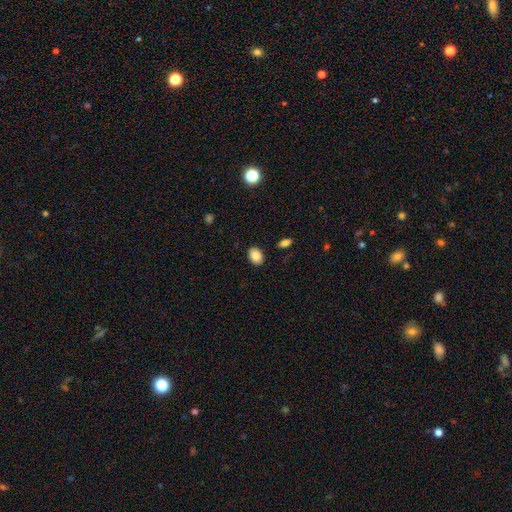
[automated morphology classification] Smooth or featured? Predicted: smooth (p=0.85). How rounded? Predicted: in between (p=0.78). Merging? Predicted: none (p=0.88).